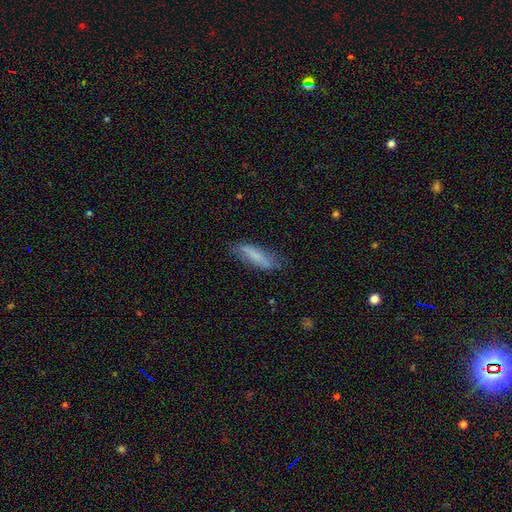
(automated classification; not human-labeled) Smooth or featured? smooth (73%)
How rounded? cigar-shaped (64%)
Merging? none (65%)